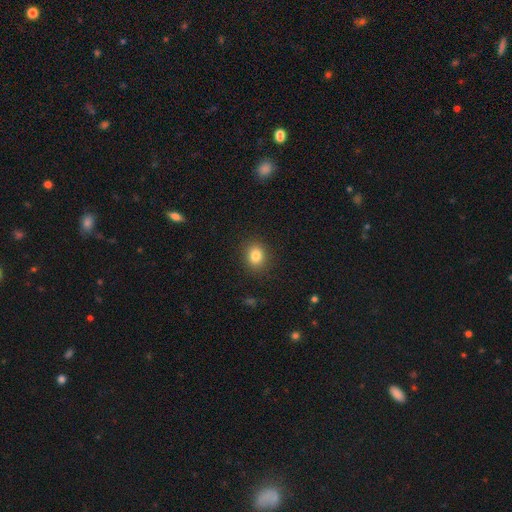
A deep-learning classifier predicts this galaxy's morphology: smooth 83%, star or artifact 11%, featured or disk 6%. Down the decision tree: how rounded — round (62%); merging — none (89%).